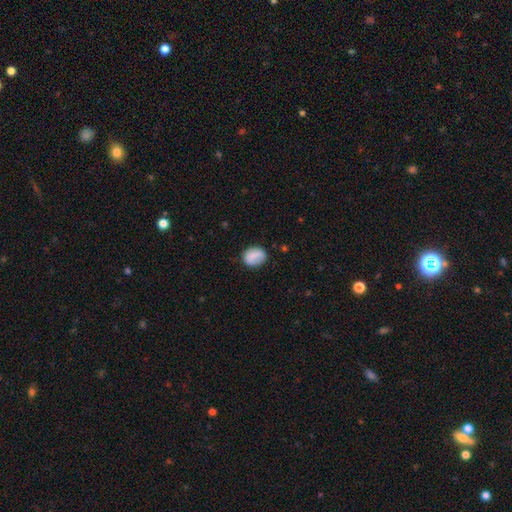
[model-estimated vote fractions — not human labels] Smooth or featured? Predicted: smooth (p=0.76). How rounded? Predicted: round (p=0.54). Merging? Predicted: none (p=0.77).